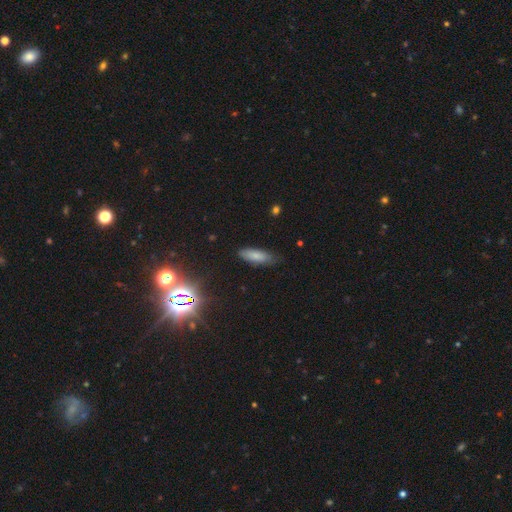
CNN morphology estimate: This appears to be a smooth galaxy with no disk features (77%) that is in between round and cigar-shaped (63%). Merging: none (74%).